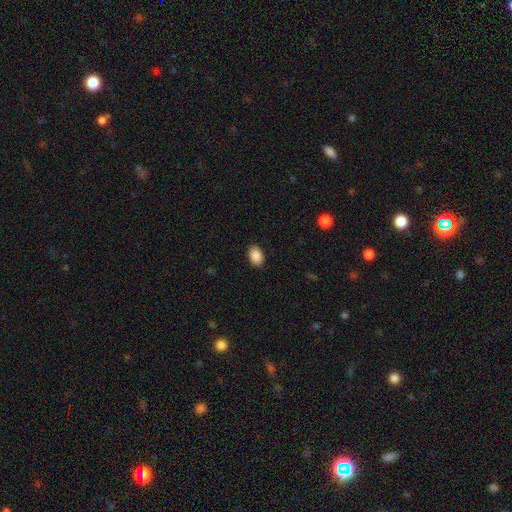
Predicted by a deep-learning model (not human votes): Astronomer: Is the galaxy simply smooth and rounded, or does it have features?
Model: smooth — 89%.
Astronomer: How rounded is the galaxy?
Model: in between — 85%.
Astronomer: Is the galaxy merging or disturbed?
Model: none — 90%.